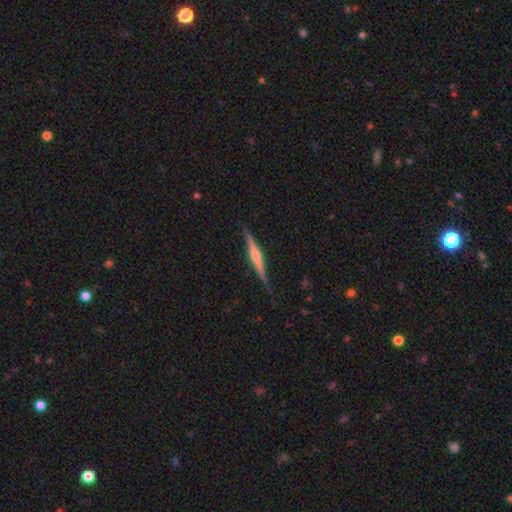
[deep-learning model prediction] Q: Smooth or featured?
A: featured or disk (77%); runner-up: smooth (17%)
Q: Edge-on disk?
A: yes (98%); runner-up: no (2%)
Q: Edge-on bulge?
A: rounded (76%); runner-up: none (12%)
Q: Merging?
A: none (86%); runner-up: minor disturbance (11%)